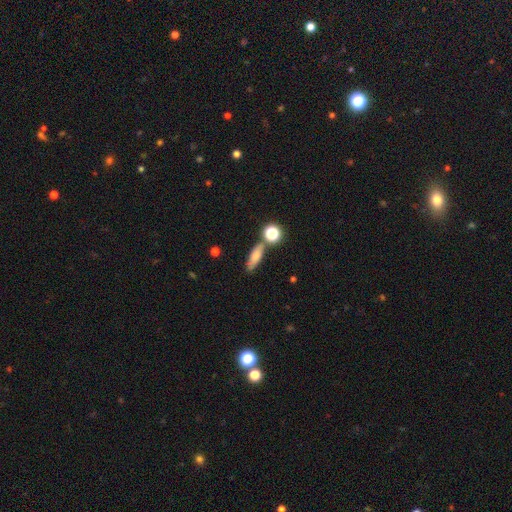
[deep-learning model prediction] This appears to be a smooth galaxy with no disk features (68%) that is in between round and cigar-shaped (46%). Merging: none (67%).